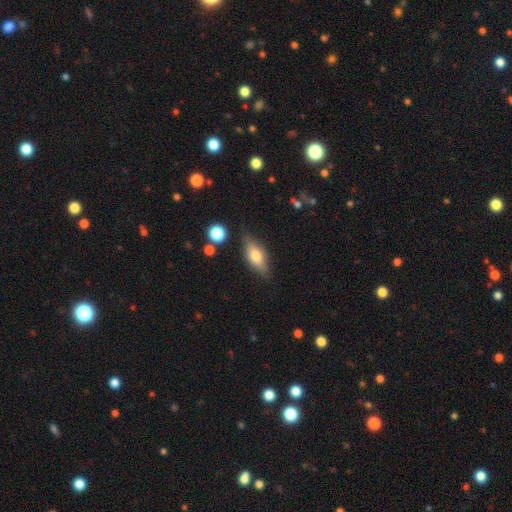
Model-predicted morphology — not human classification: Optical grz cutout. It shows a smooth galaxy with no disk features (62%) that is in between round and cigar-shaped (71%). Merging: none (78%).